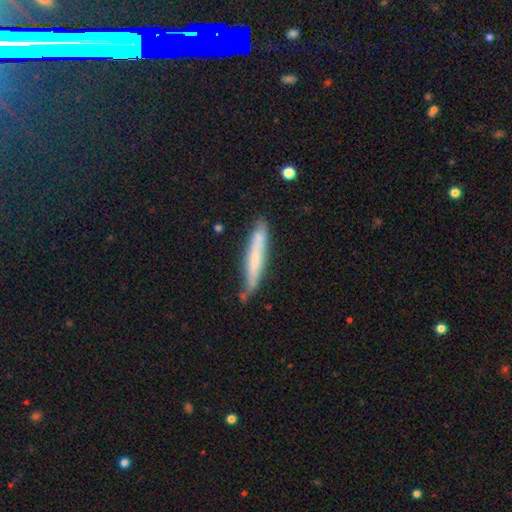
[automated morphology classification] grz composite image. It shows a smooth galaxy with no disk features (60%) that is cigar-shaped (94%). Merging: none (75%).